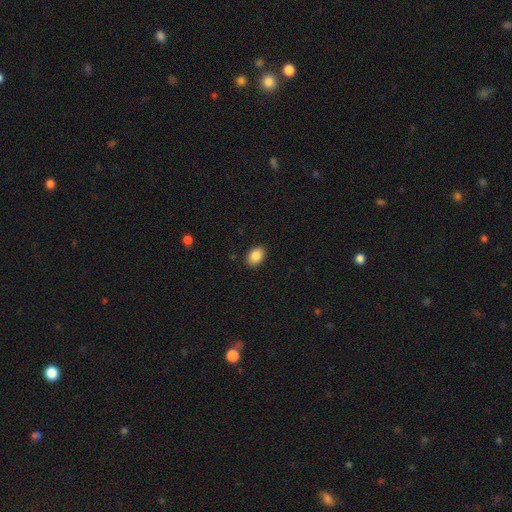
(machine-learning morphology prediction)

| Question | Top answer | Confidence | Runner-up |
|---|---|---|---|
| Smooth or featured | smooth | 88% | star or artifact (8%) |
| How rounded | in between | 77% | round (22%) |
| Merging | none | 89% | minor disturbance (8%) |